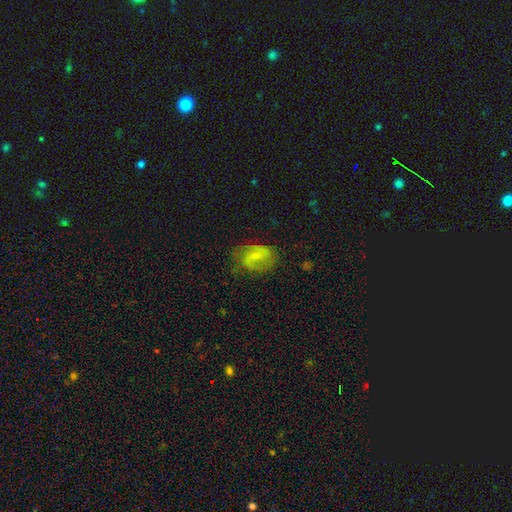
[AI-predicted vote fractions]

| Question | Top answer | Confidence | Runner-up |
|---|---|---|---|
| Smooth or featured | featured or disk | 61% | smooth (31%) |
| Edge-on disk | no | 97% | yes (3%) |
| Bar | weak | 51% | no (31%) |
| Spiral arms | yes | 86% | no (14%) |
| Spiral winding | medium | 46% | loose (36%) |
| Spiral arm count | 2 | 79% | can't tell (10%) |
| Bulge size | small | 56% | moderate (22%) |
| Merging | none | 60% | minor disturbance (24%) |